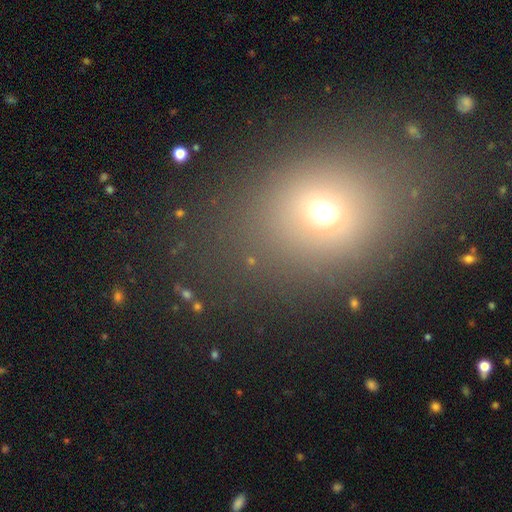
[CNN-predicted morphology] Q: Smooth or featured?
A: smooth (59%); runner-up: star or artifact (30%)
Q: How rounded?
A: round (54%); runner-up: in between (44%)
Q: Merging?
A: none (79%); runner-up: minor disturbance (11%)